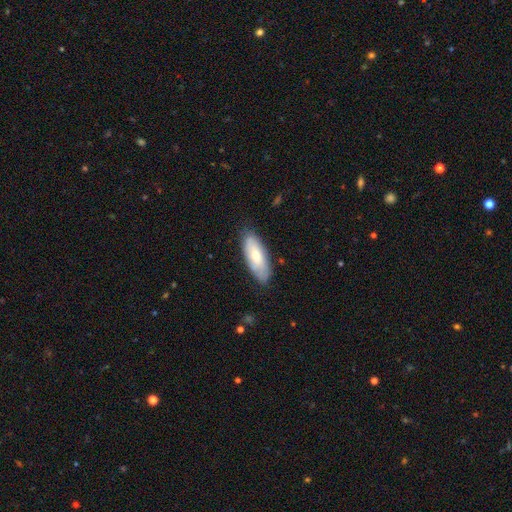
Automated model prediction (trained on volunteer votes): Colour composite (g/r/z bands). It shows a smooth galaxy with no disk features (67%) that is in between round and cigar-shaped (74%). Merging: none (78%).